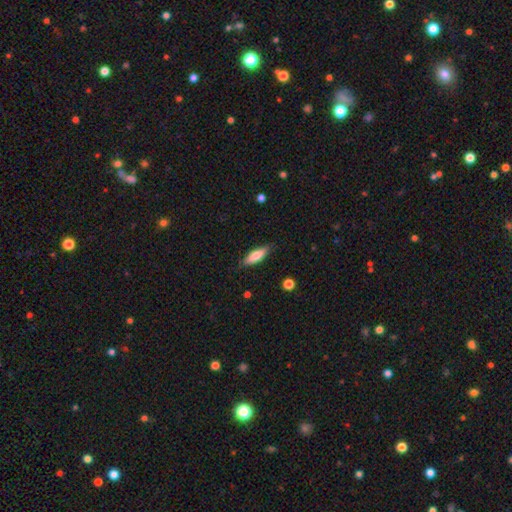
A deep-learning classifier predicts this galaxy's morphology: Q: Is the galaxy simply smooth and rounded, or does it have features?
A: smooth — 73%.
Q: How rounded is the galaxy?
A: cigar-shaped — 53%.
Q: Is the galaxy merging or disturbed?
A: none — 84%.